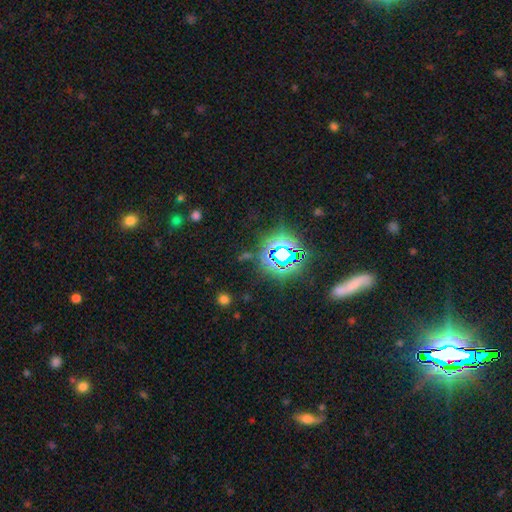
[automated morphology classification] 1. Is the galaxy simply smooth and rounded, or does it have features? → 73% star or artifact, 18% smooth, 9% featured or disk.